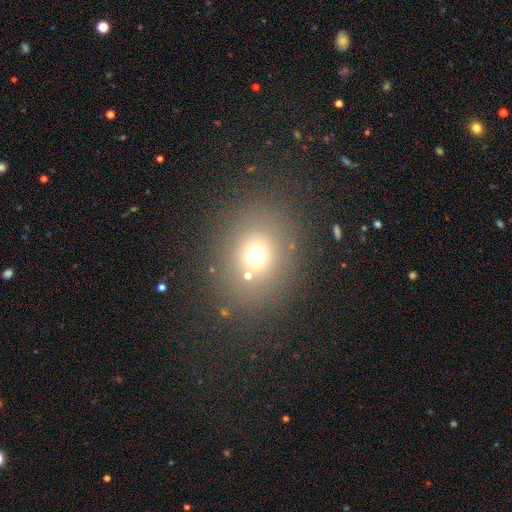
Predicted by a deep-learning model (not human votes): A smooth galaxy with no disk features (67%) that is round (67%). Merging: none (80%).